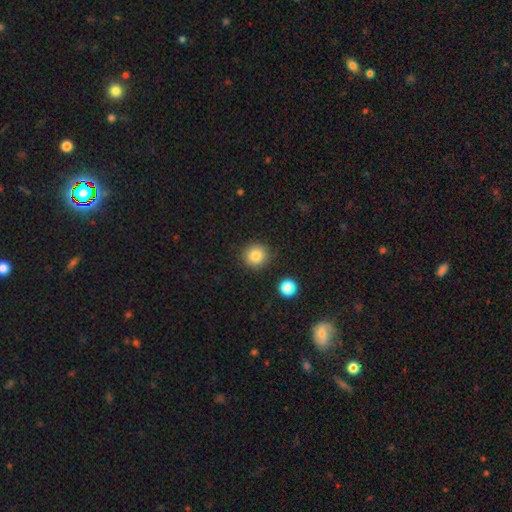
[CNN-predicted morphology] This is clearly a smooth galaxy (84%). How rounded: clearly round (92%). Merging: clearly none (88%).